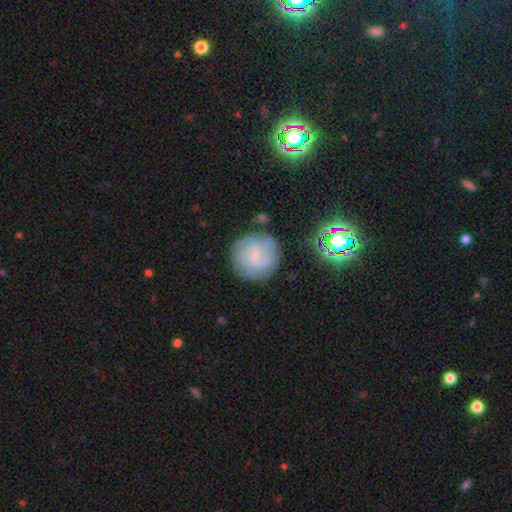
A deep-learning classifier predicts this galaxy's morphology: Smooth or featured: featured or disk — 69% (smooth — 23%)
Edge-on disk: no — 98% (yes — 2%)
Bar: weak — 48% (no — 42%)
Spiral arms: yes — 94% (no — 6%)
Spiral winding: tight — 51% (medium — 38%)
Spiral arm count: 2 — 40% (can't tell — 24%)
Bulge size: small — 55% (none — 30%)
Merging: none — 77% (minor disturbance — 15%)